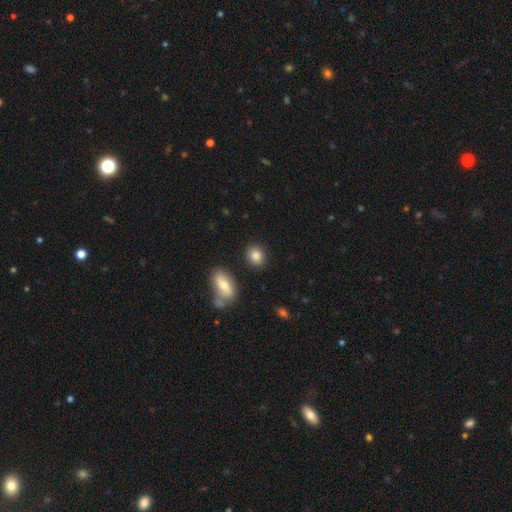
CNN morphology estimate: smooth_or_featured: smooth (p=0.85) [alt: star or artifact p=0.08]
how_rounded: round (p=0.59) [alt: in between p=0.39]
merging: none (p=0.85) [alt: minor disturbance p=0.08]